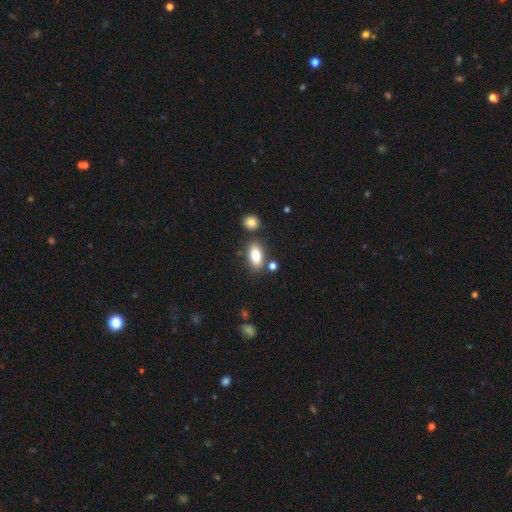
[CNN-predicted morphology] Smooth or featured?
  - smooth: 79% *
  - featured or disk: 13%
  - star or artifact: 8%
How rounded?
  - in between: 88% *
  - cigar-shaped: 6%
  - round: 6%
Merging?
  - none: 77% *
  - minor disturbance: 11%
  - merger: 9%
  - major disturbance: 3%